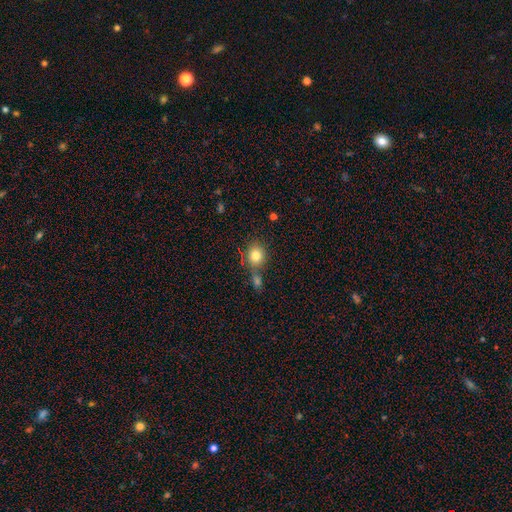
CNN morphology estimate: Overall: smooth (81%). How rounded: round (73%). Merging: none (60%; merger 23%).